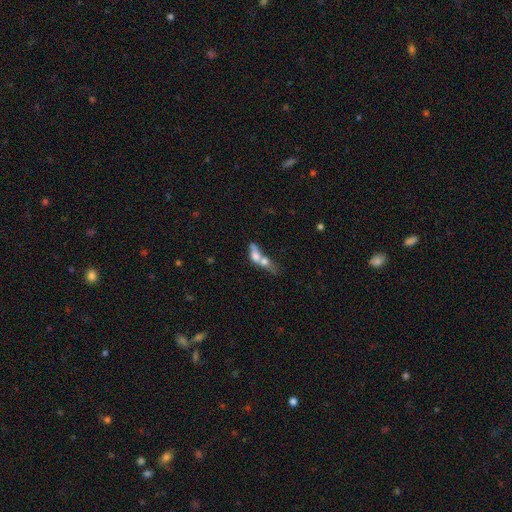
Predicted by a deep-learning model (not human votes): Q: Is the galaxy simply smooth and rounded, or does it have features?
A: smooth — 56%.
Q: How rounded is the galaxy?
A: in between — 53%.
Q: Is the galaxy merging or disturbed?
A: merger — 70%.